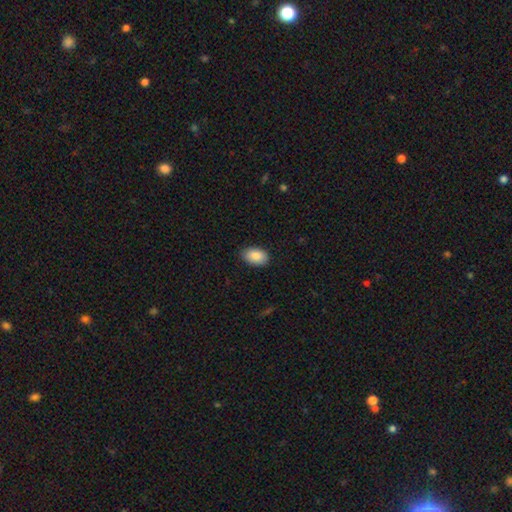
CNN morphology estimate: smooth_or_featured: smooth (p=0.87) [alt: star or artifact p=0.07]
how_rounded: in between (p=0.91) [alt: round p=0.08]
merging: none (p=0.86) [alt: minor disturbance p=0.11]